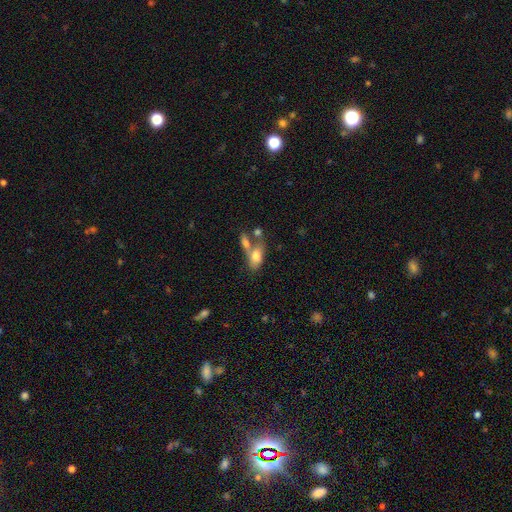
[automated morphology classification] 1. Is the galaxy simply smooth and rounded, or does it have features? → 73% smooth, 18% featured or disk, 8% star or artifact.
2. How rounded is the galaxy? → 86% in between, 7% cigar-shaped, 7% round.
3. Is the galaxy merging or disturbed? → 45% merger, 34% none, 13% minor disturbance, 8% major disturbance.